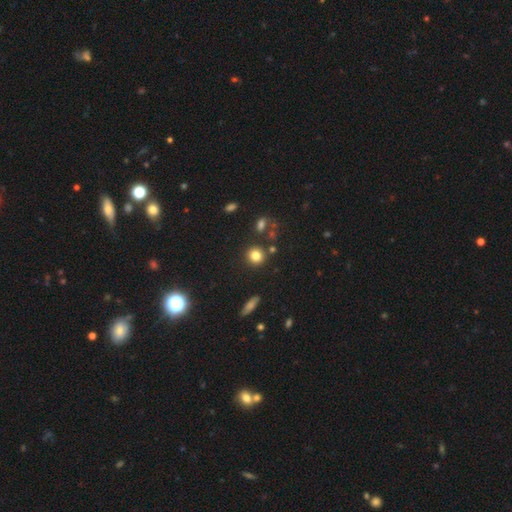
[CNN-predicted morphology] smooth_or_featured: smooth (p=0.81) [alt: star or artifact p=0.12]
how_rounded: round (p=0.87) [alt: in between p=0.12]
merging: none (p=0.84) [alt: minor disturbance p=0.08]